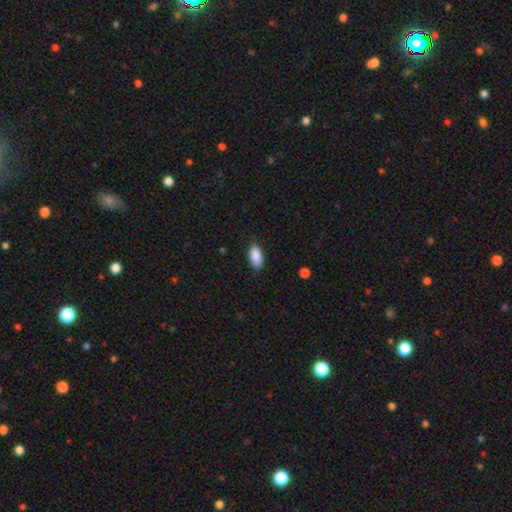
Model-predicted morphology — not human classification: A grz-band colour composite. It shows a smooth galaxy with no disk features (90%) that is in between round and cigar-shaped (93%). Merging: none (81%).